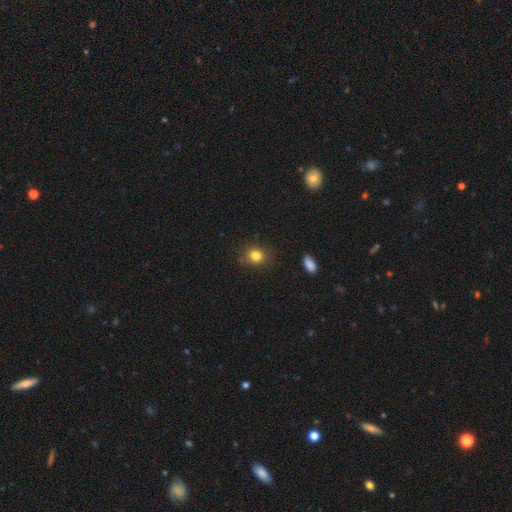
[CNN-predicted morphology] This is clearly a smooth galaxy (83%). How rounded: likely round (78%). Merging: clearly none (86%).